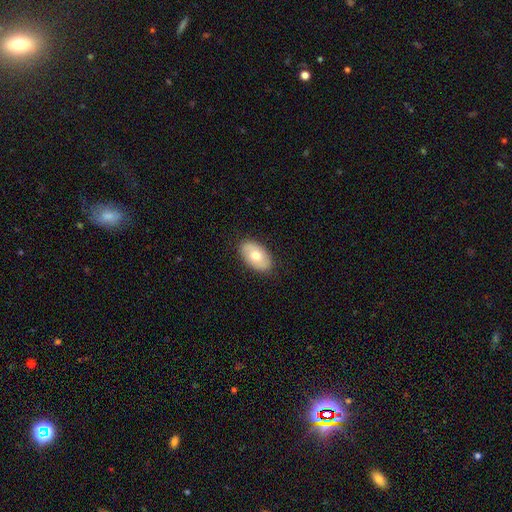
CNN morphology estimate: smooth 67%, featured or disk 27%, star or artifact 6%. Down the decision tree: how rounded — in between (93%); merging — none (87%).